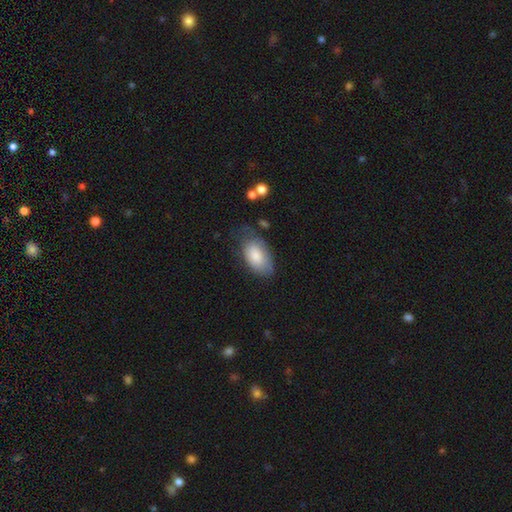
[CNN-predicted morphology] A smooth galaxy with no disk features (80%) that is in between round and cigar-shaped (94%). Merging: none (53%).